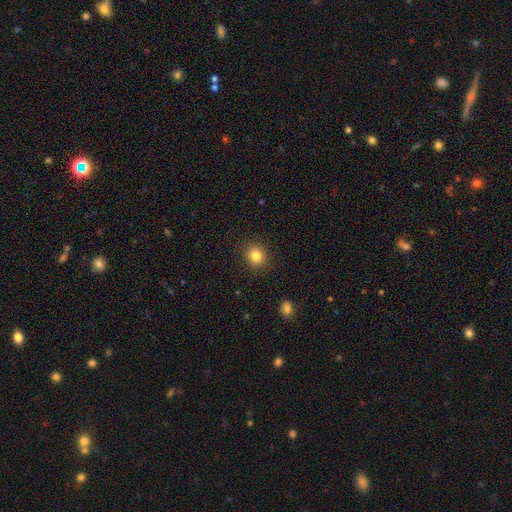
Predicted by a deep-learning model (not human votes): A smooth galaxy with no disk features (83%) that is round (85%). Merging: none (90%).